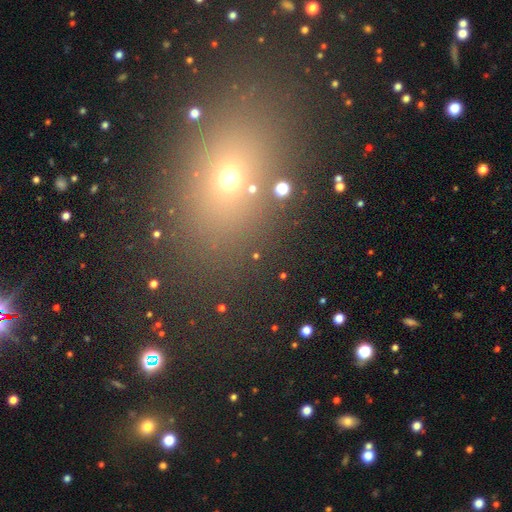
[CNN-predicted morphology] This appears to be a star or artifact, not a galaxy (46%).